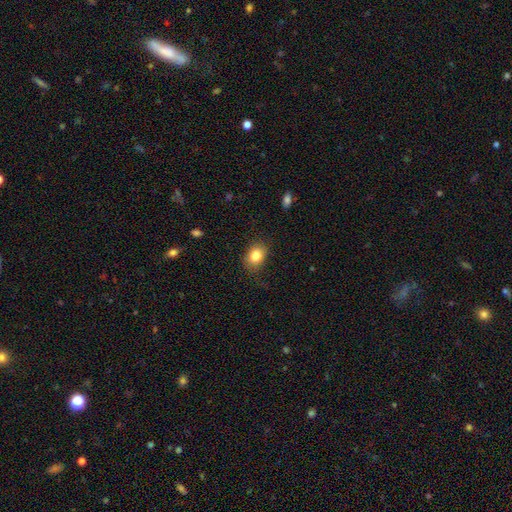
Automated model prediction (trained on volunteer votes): Smooth or featured?
  - smooth: 83% *
  - star or artifact: 9%
  - featured or disk: 8%
How rounded?
  - in between: 63% *
  - round: 36%
  - cigar-shaped: 1%
Merging?
  - none: 81% *
  - minor disturbance: 14%
  - major disturbance: 4%
  - merger: 1%